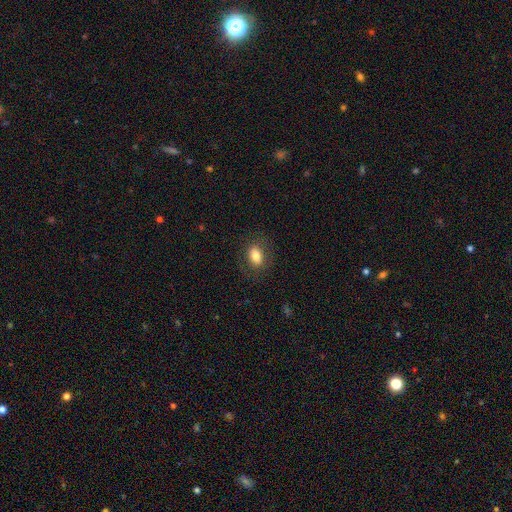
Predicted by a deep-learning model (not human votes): smooth_or_featured: smooth (p=0.79) [alt: featured or disk p=0.12]
how_rounded: in between (p=0.77) [alt: round p=0.21]
merging: none (p=0.81) [alt: minor disturbance p=0.12]